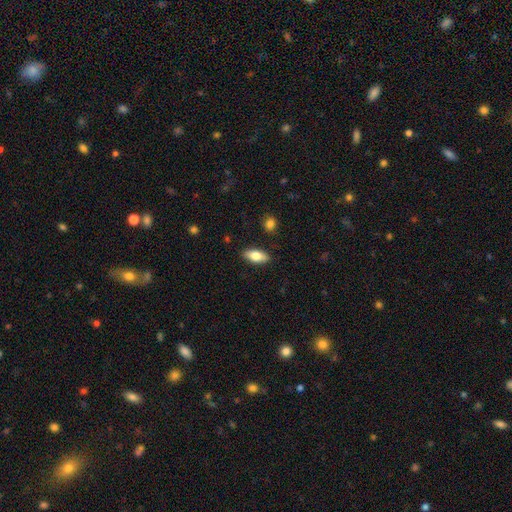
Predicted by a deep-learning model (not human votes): Q: Smooth or featured?
A: smooth (72%); runner-up: featured or disk (21%)
Q: How rounded?
A: in between (82%); runner-up: cigar-shaped (15%)
Q: Merging?
A: none (87%); runner-up: minor disturbance (9%)